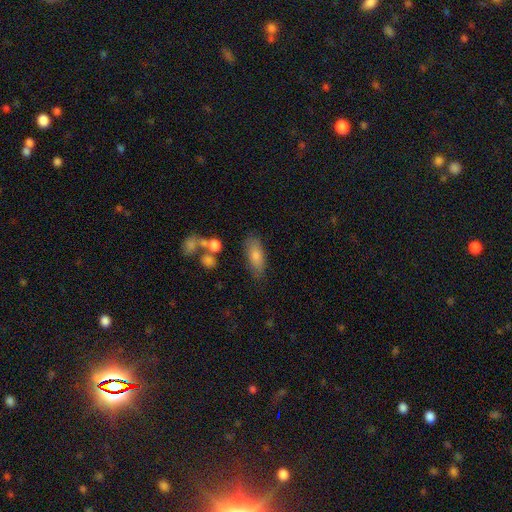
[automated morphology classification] type=smooth (75%); roundness=in between (73%); merging=none (74%).